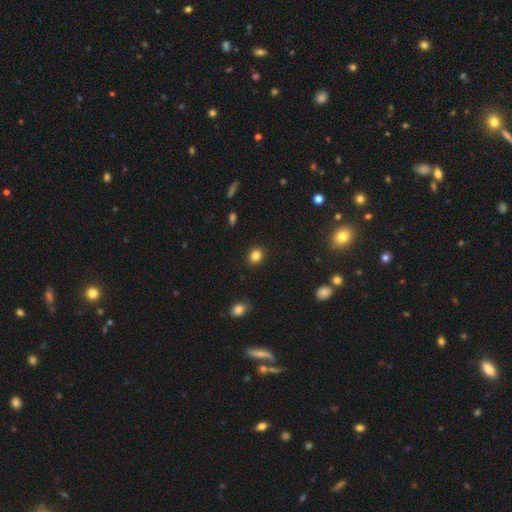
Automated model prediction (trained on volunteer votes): smooth_or_featured: smooth (p=0.84) [alt: star or artifact p=0.11]
how_rounded: round (p=0.71) [alt: in between p=0.28]
merging: none (p=0.90) [alt: minor disturbance p=0.07]